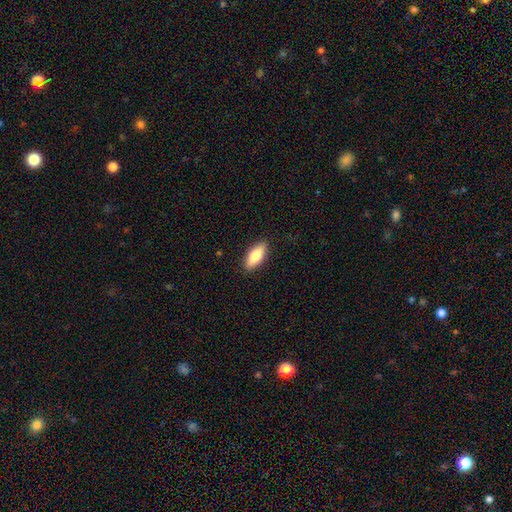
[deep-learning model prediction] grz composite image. It shows a smooth galaxy with no disk features (76%) that is in between round and cigar-shaped (74%). Merging: none (88%).